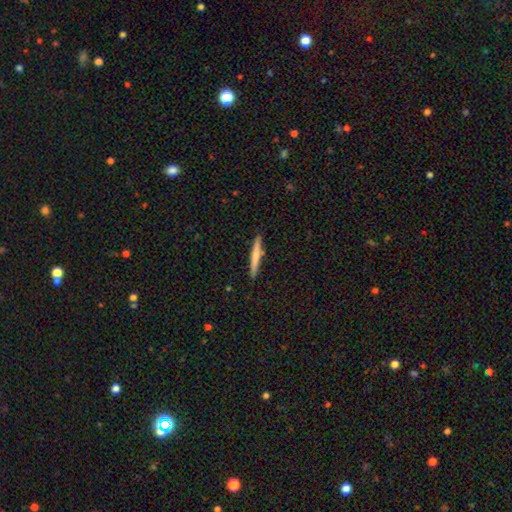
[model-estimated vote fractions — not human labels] smooth_or_featured: smooth (p=0.67) [alt: featured or disk p=0.28]
how_rounded: cigar-shaped (p=0.96) [alt: in between p=0.03]
merging: none (p=0.89) [alt: minor disturbance p=0.08]